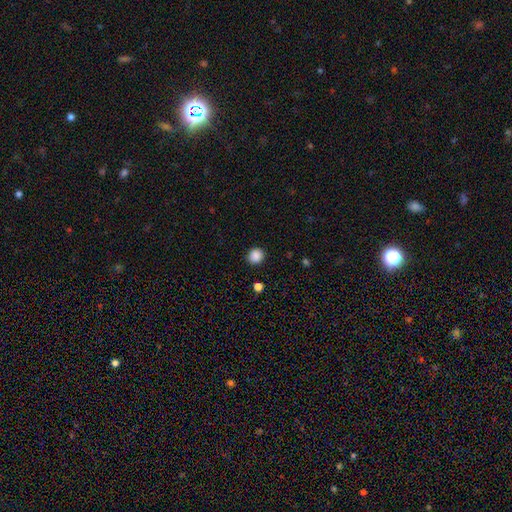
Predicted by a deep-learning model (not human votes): smooth-or-featured: smooth: 87% | star or artifact: 10% | featured or disk: 3%
  how-rounded: round: 86% | in between: 13% | cigar-shaped: 1%
  merging: none: 90% | minor disturbance: 7% | major disturbance: 2% | merger: 1%